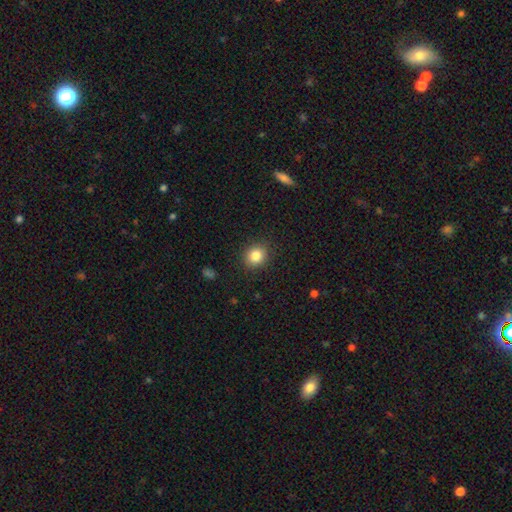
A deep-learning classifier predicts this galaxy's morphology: smooth 84%, star or artifact 10%, featured or disk 6%. Down the decision tree: how rounded — round (77%); merging — none (89%).